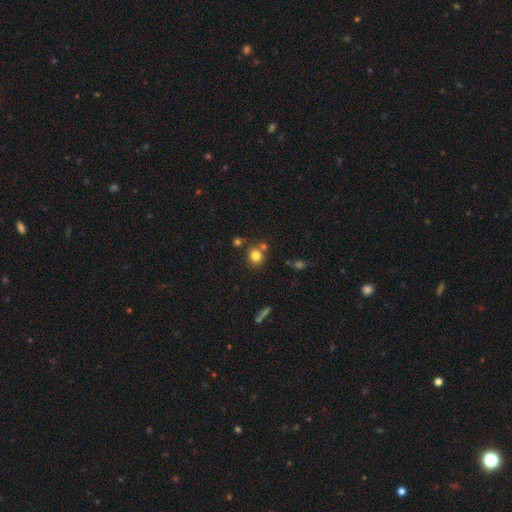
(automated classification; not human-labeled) smooth_or_featured: smooth (p=0.80) [alt: star or artifact p=0.12]
how_rounded: round (p=0.80) [alt: in between p=0.19]
merging: none (p=0.70) [alt: merger p=0.17]